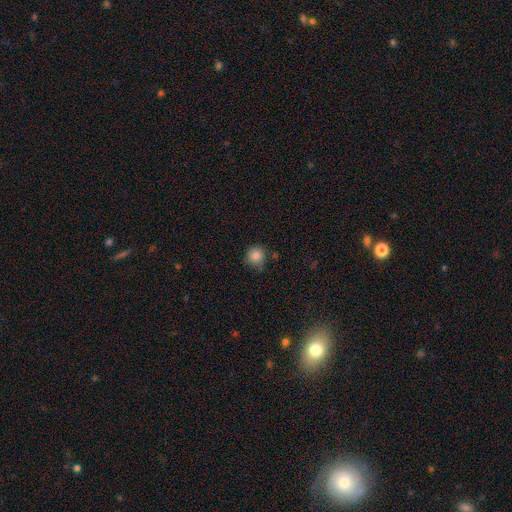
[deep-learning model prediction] smooth 83%, star or artifact 11%, featured or disk 6%. Down the decision tree: how rounded — round (93%); merging — none (78%).